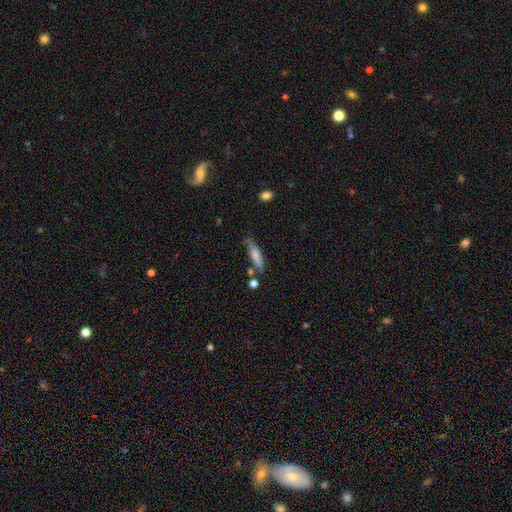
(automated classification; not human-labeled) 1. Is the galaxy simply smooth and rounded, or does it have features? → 74% smooth, 19% featured or disk, 7% star or artifact.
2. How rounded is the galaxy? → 64% cigar-shaped, 34% in between, 2% round.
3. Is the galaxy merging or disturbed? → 68% none, 20% minor disturbance, 7% merger, 5% major disturbance.